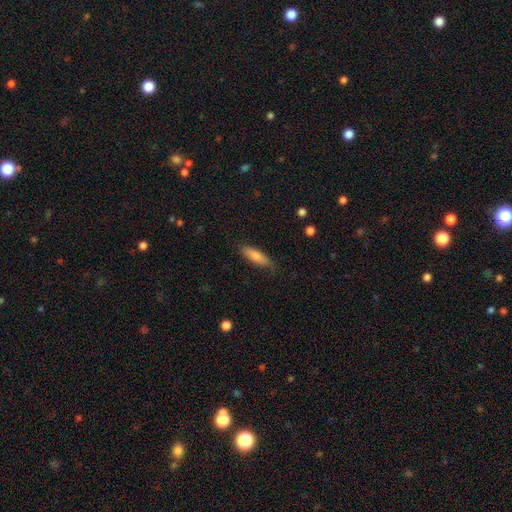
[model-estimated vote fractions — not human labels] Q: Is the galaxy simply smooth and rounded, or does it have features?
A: smooth — 77%.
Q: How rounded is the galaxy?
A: cigar-shaped — 57%.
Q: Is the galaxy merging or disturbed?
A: none — 79%.